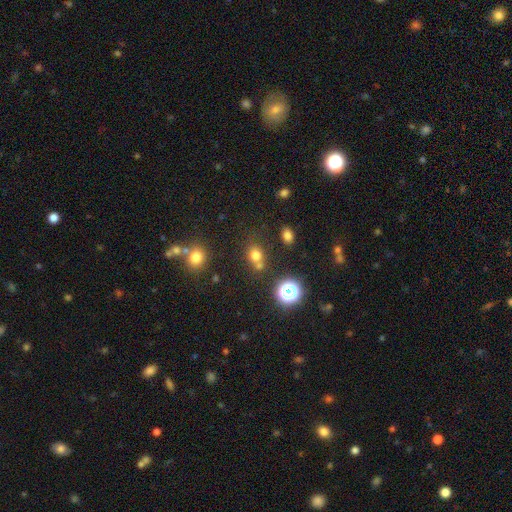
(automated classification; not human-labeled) Overall: smooth (71%). How rounded: round (68%; in between 31%). Merging: none (58%; merger 27%).